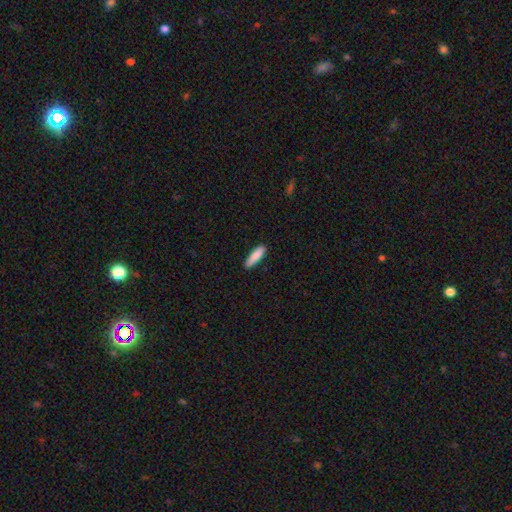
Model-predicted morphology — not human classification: smooth-or-featured: smooth: 87% | featured or disk: 7% | star or artifact: 6%
  how-rounded: cigar-shaped: 70% | in between: 29% | round: 1%
  merging: none: 87% | minor disturbance: 10% | major disturbance: 2% | merger: 1%